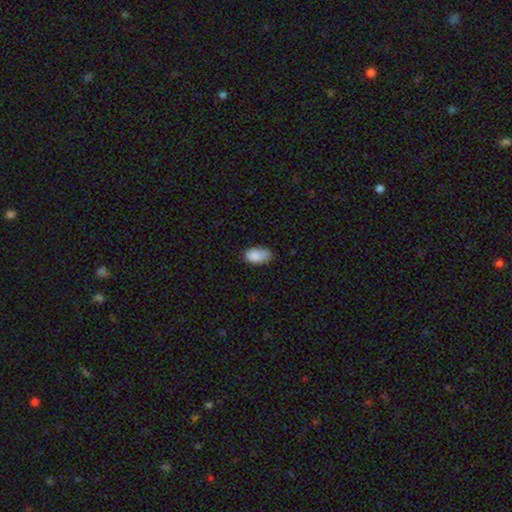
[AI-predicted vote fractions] smooth-or-featured: smooth: 87% | star or artifact: 8% | featured or disk: 5%
  how-rounded: in between: 93% | round: 6% | cigar-shaped: 2%
  merging: none: 58% | minor disturbance: 34% | major disturbance: 7% | merger: 2%